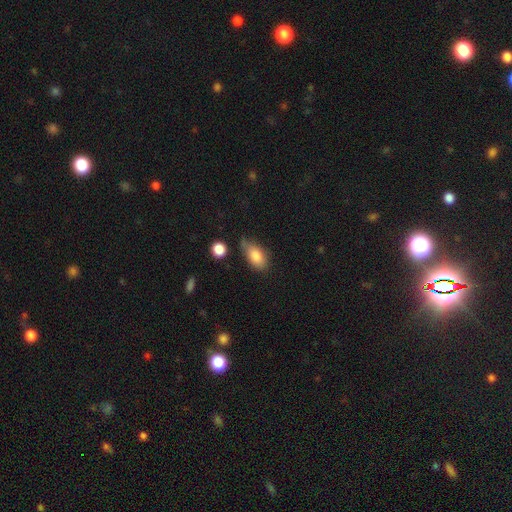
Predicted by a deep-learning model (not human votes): smooth 83%, featured or disk 10%, star or artifact 7%. Down the decision tree: how rounded — in between (90%); merging — none (56%).